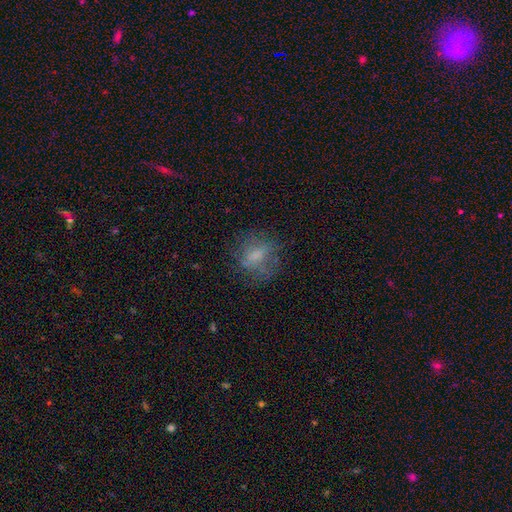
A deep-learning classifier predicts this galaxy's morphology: Q: Smooth or featured?
A: smooth (56%); runner-up: featured or disk (31%)
Q: How rounded?
A: round (52%); runner-up: in between (45%)
Q: Merging?
A: none (63%); runner-up: minor disturbance (19%)